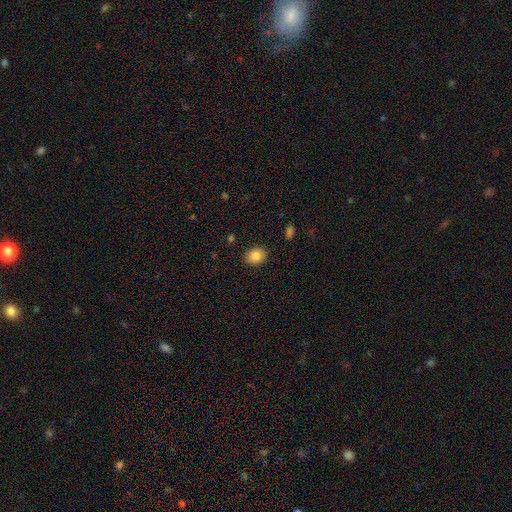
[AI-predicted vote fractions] smooth 85%, star or artifact 9%, featured or disk 6%. Down the decision tree: how rounded — round (58%); merging — none (88%).